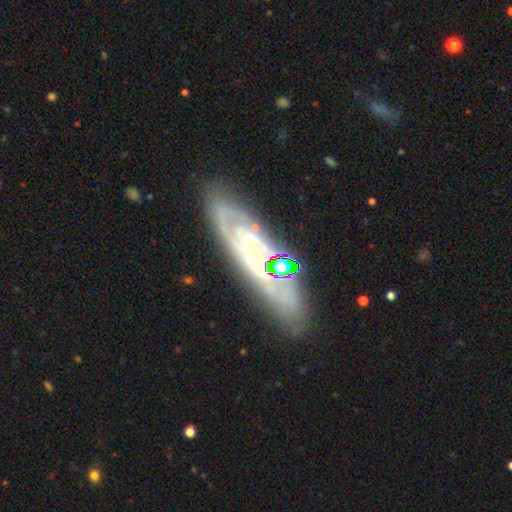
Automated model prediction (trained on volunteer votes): Smooth or featured: featured or disk — 78% (smooth — 13%)
Edge-on disk: no — 75% (yes — 25%)
Bar: no — 55% (weak — 30%)
Spiral arms: yes — 83% (no — 17%)
Bulge size: small — 70% (moderate — 22%)
Merging: none — 76% (minor disturbance — 15%)